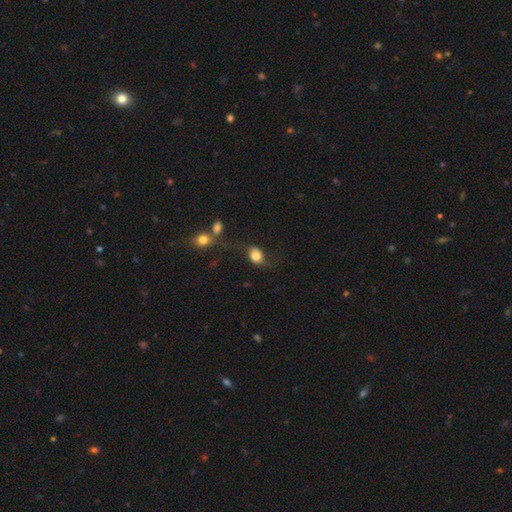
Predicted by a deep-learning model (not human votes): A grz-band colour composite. It shows a smooth galaxy with no disk features (65%) that is in between round and cigar-shaped (56%). Merging: none (41%).